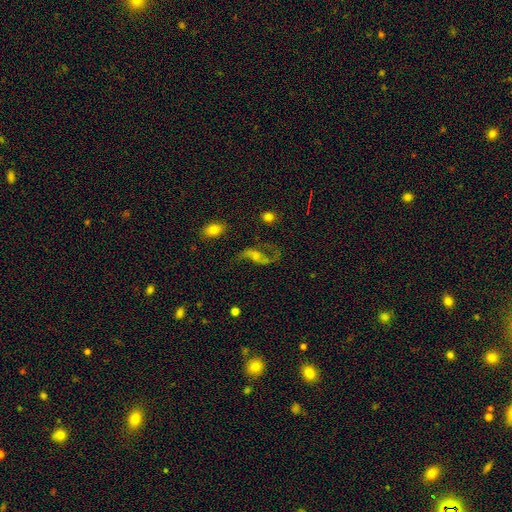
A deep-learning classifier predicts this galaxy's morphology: A featured or disk galaxy (76%) with no bar (45%), 2 (88%) loose (73%) spiral arms (89%) and a small central bulge (47%).

Vote fractions:
- Smooth or featured? featured or disk: 76% / star or artifact: 13% / smooth: 12%
- Edge-on disk? no: 95% / yes: 5%
- Bar? no: 45% / weak: 38% / strong: 17%
- Spiral arms? yes: 89% / no: 11%
- Spiral winding? loose: 73% / medium: 22% / tight: 5%
- Spiral arm count? 2: 88% / 1: 6% / can't tell: 3% / 3: 1% / 4: 1% / more than 4: 1%
- Bulge size? small: 47% / moderate: 31% / none: 15% / large: 6% / dominant: 2%
- Merging? none: 59% / major disturbance: 22% / minor disturbance: 15% / merger: 4%